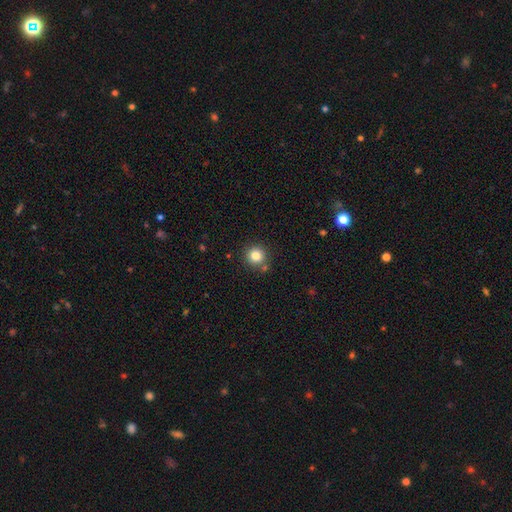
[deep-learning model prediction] Smooth or featured?
  - smooth: 82% *
  - star or artifact: 12%
  - featured or disk: 6%
How rounded?
  - round: 94% *
  - in between: 5%
  - cigar-shaped: 1%
Merging?
  - none: 81% *
  - minor disturbance: 9%
  - merger: 7%
  - major disturbance: 2%